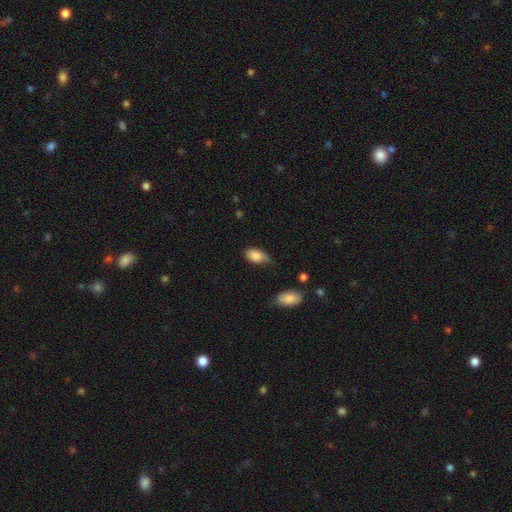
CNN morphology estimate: A smooth galaxy with no disk features (85%) that is in between round and cigar-shaped (92%). Merging: none (45%).